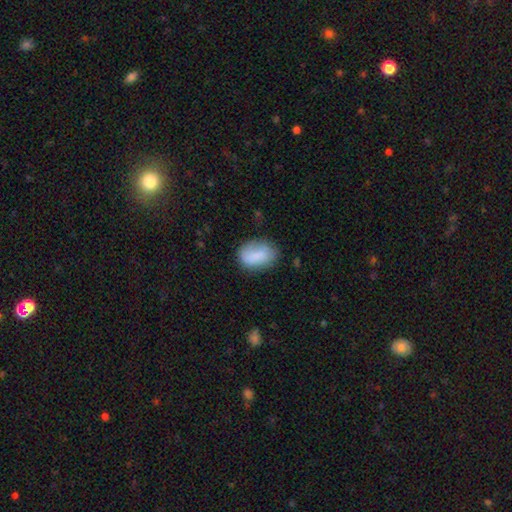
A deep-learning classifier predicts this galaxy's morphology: A smooth galaxy with no disk features (81%) that is in between round and cigar-shaped (82%).

Vote fractions:
- Smooth or featured? smooth: 81% / featured or disk: 12% / star or artifact: 7%
- How rounded? in between: 82% / round: 17% / cigar-shaped: 2%
- Merging? none: 65% / minor disturbance: 25% / major disturbance: 8% / merger: 2%